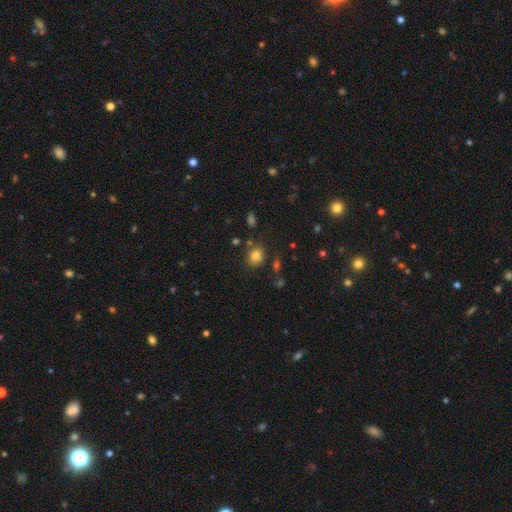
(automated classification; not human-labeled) The model was most divided on "how rounded": round: 70%, in between: 29%, cigar-shaped: 1%. More confident: smooth or featured — smooth (79%); merging — none (78%).